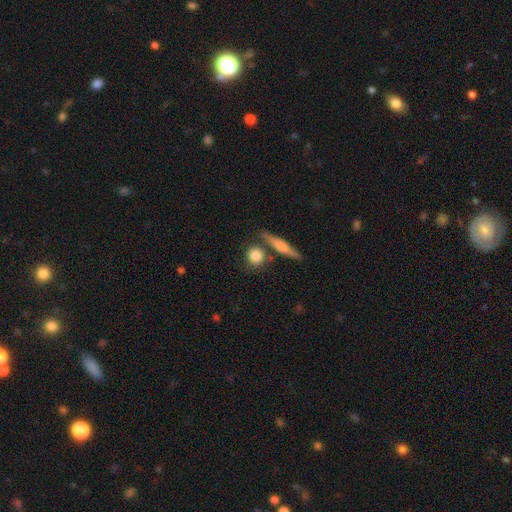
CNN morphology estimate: Smooth or featured?
  - smooth: 81% *
  - featured or disk: 12%
  - star or artifact: 7%
How rounded?
  - round: 76% *
  - in between: 16%
  - cigar-shaped: 7%
Merging?
  - none: 70% *
  - merger: 14%
  - minor disturbance: 12%
  - major disturbance: 4%